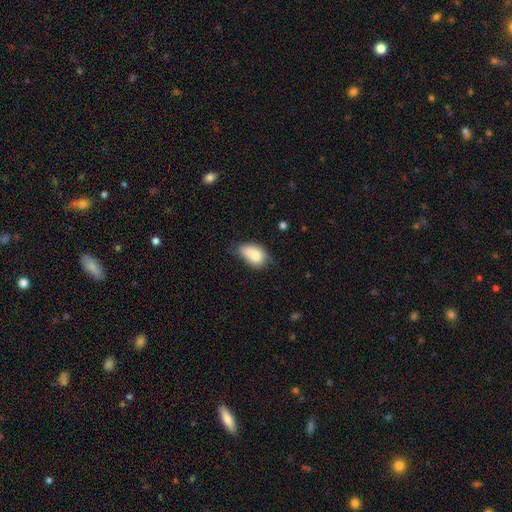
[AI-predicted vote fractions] Smooth or featured? Predicted: smooth (p=0.79). How rounded? Predicted: in between (p=0.88). Merging? Predicted: none (p=0.42).